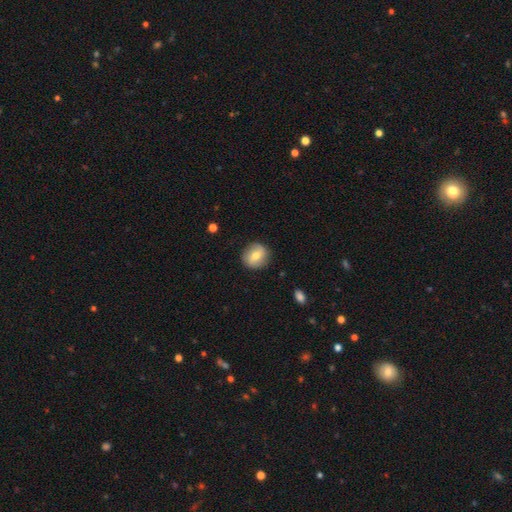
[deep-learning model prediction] Smooth or featured? smooth (65%)
How rounded? round (85%)
Merging? none (88%)